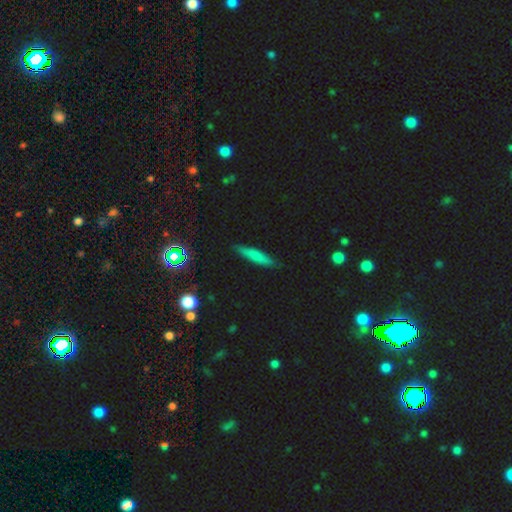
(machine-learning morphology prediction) Overall: smooth (71%). How rounded: cigar-shaped (84%). Merging: none (85%).